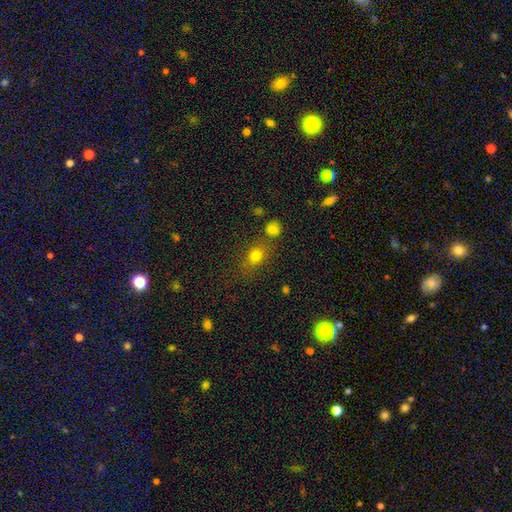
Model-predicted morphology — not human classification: Smooth or featured? smooth (76%)
How rounded? round (54%)
Merging? none (68%)